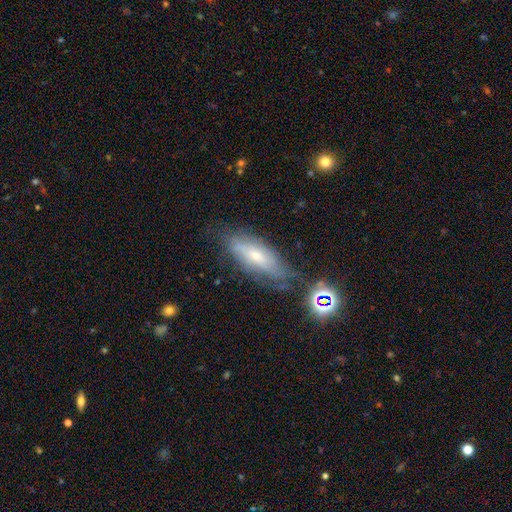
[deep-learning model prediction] A featured or disk galaxy (51%).

Vote fractions:
- Smooth or featured? featured or disk: 51% / smooth: 38% / star or artifact: 11%
- Edge-on disk? no: 63% / yes: 37%
- Merging? none: 61% / minor disturbance: 25% / major disturbance: 10% / merger: 5%